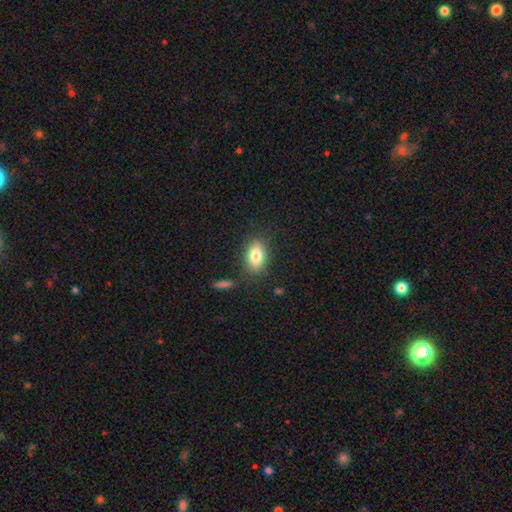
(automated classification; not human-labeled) Smooth or featured? Predicted: smooth (p=0.80). How rounded? Predicted: in between (p=0.86). Merging? Predicted: none (p=0.81).